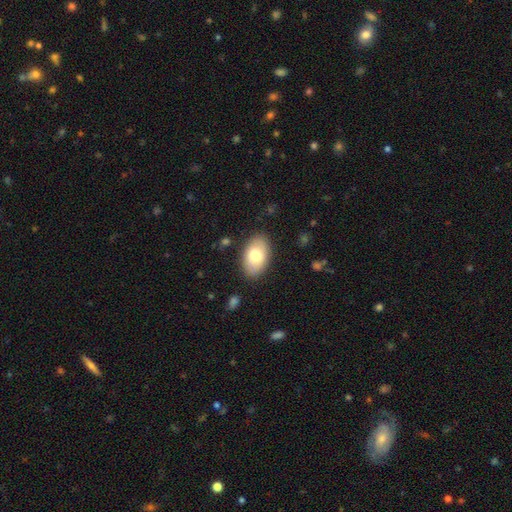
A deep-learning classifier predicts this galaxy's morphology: A smooth galaxy with no disk features (75%) that is in between round and cigar-shaped (92%).

Vote fractions:
- Smooth or featured? smooth: 75% / featured or disk: 19% / star or artifact: 6%
- How rounded? in between: 92% / round: 7% / cigar-shaped: 1%
- Merging? none: 85% / minor disturbance: 11% / major disturbance: 3% / merger: 1%